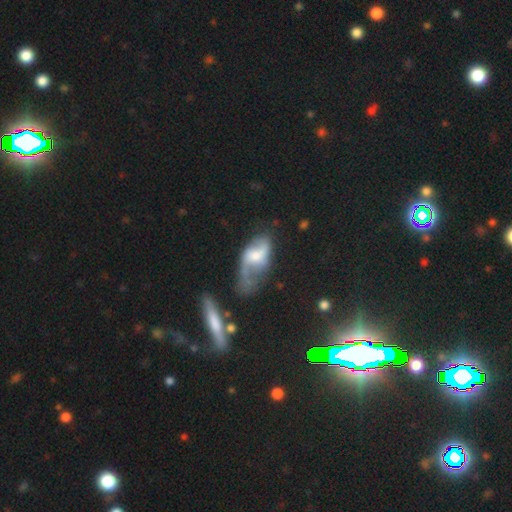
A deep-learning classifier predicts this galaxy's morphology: smooth-or-featured: featured or disk: 63% | smooth: 27% | star or artifact: 10%
  disk-edge-on: no: 89% | yes: 11%
    bar: no: 49% | weak: 40% | strong: 11%
    has-spiral-arms: yes: 81% | no: 19%
    bulge-size: moderate: 51% | small: 32% | large: 9% | none: 6% | dominant: 2%
  merging: none: 37% | major disturbance: 27% | minor disturbance: 27% | merger: 9%